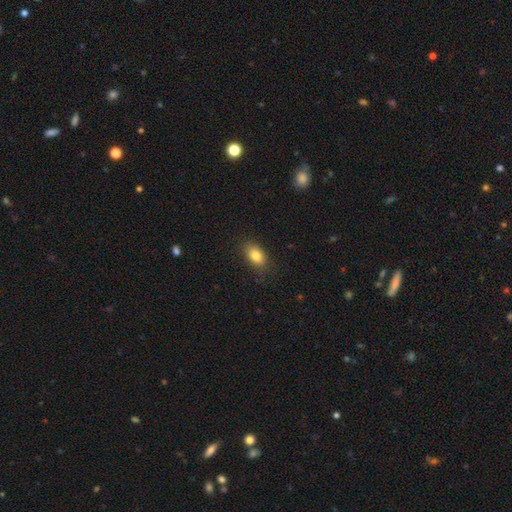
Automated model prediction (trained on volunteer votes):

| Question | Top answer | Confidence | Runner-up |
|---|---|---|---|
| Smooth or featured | smooth | 83% | star or artifact (9%) |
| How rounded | in between | 87% | round (11%) |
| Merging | none | 83% | minor disturbance (13%) |